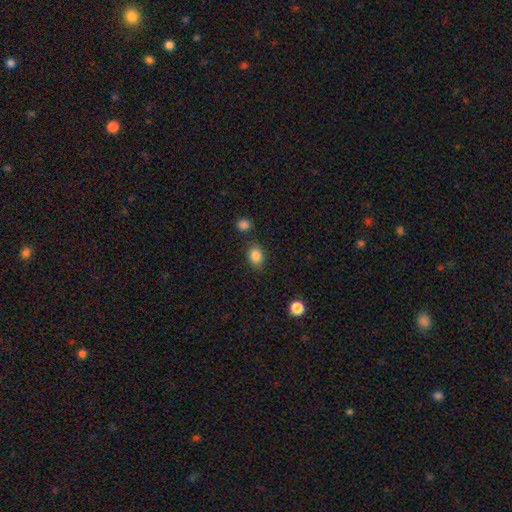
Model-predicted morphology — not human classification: type=smooth (85%); roundness=in between (66%); merging=none (81%).